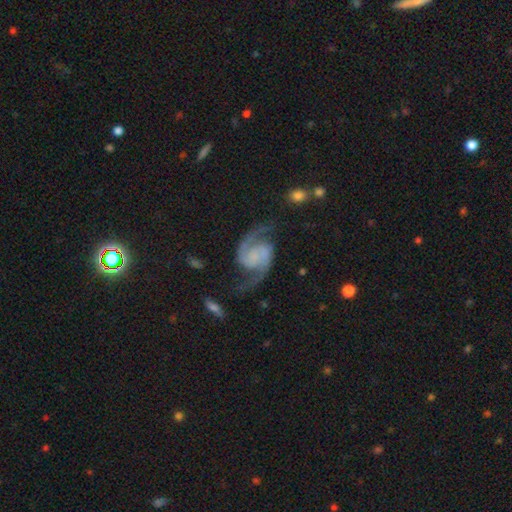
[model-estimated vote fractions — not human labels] Smooth or featured? Predicted: featured or disk (p=0.92). Edge-on disk? Predicted: no (p=0.98). Bar? Predicted: no (p=0.59). Spiral arms? Predicted: yes (p=0.98). Spiral winding? Predicted: medium (p=0.50). Spiral arm count? Predicted: 2 (p=0.95). Bulge size? Predicted: none (p=0.55). Merging? Predicted: none (p=0.74).